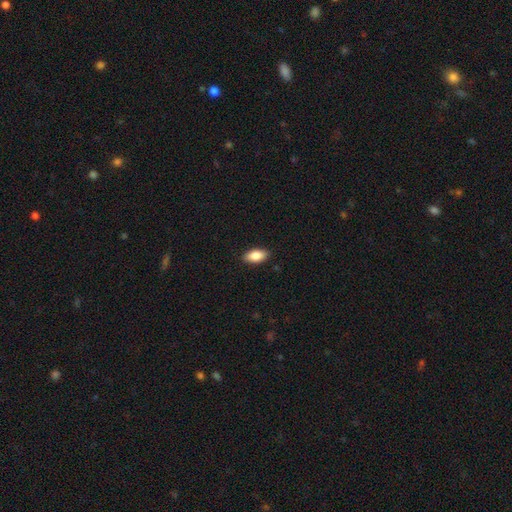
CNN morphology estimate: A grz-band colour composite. It shows a smooth galaxy with no disk features (87%) that is in between round and cigar-shaped (91%). Merging: none (89%).